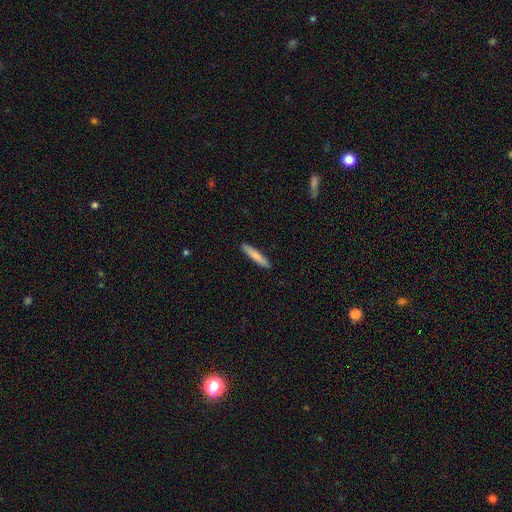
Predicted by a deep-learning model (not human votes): Q: Smooth or featured?
A: smooth (79%); runner-up: featured or disk (15%)
Q: How rounded?
A: cigar-shaped (92%); runner-up: in between (7%)
Q: Merging?
A: none (91%); runner-up: minor disturbance (6%)